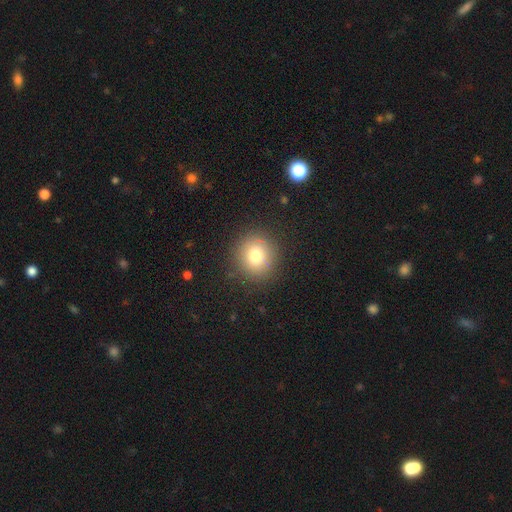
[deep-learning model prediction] A smooth galaxy with no disk features (78%) that is round (91%).

Vote fractions:
- Smooth or featured? smooth: 78% / star or artifact: 12% / featured or disk: 10%
- How rounded? round: 91% / in between: 8% / cigar-shaped: 1%
- Merging? none: 88% / minor disturbance: 8% / major disturbance: 3% / merger: 1%